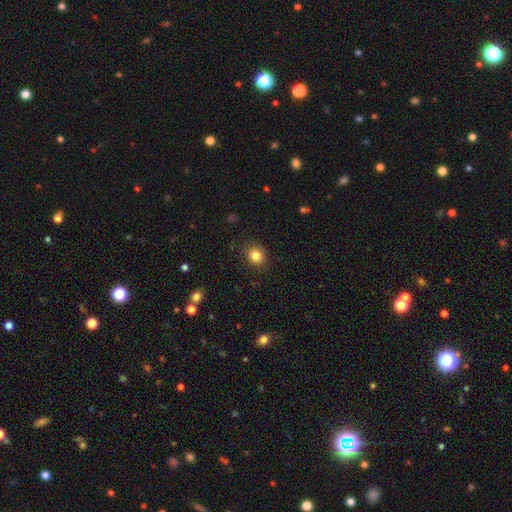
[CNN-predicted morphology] smooth 84%, star or artifact 11%, featured or disk 5%. Down the decision tree: how rounded — round (79%); merging — none (89%).